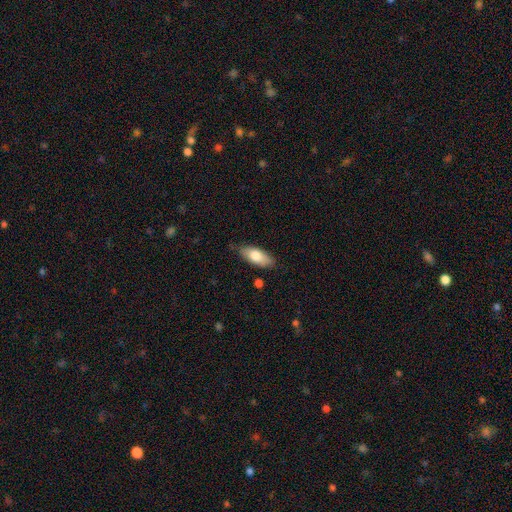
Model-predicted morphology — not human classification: smooth-or-featured: smooth: 76% | featured or disk: 17% | star or artifact: 6%
  how-rounded: in between: 81% | cigar-shaped: 16% | round: 2%
  merging: none: 80% | minor disturbance: 15% | major disturbance: 3% | merger: 2%